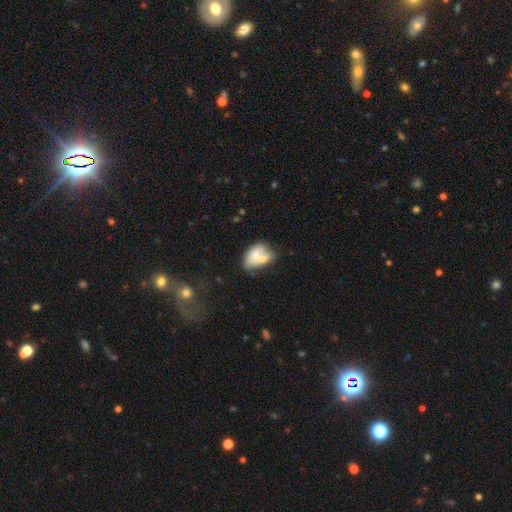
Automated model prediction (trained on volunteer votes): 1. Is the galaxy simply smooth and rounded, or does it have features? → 66% smooth, 27% featured or disk, 8% star or artifact.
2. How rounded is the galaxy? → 83% in between, 14% round, 2% cigar-shaped.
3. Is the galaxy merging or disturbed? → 50% merger, 25% none, 16% minor disturbance, 9% major disturbance.